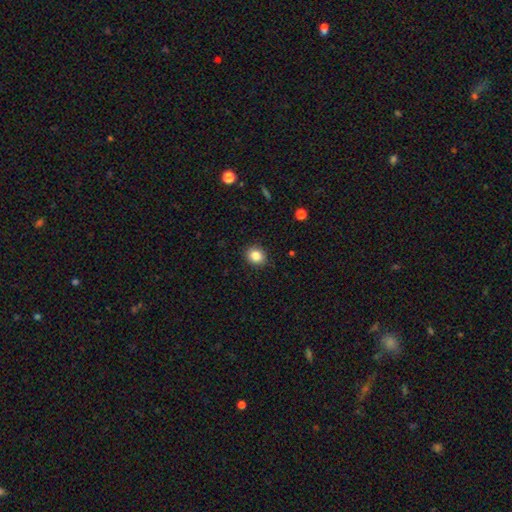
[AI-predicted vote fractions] Morphology: type=smooth (85%); roundness=round (70%); merging=none (90%).